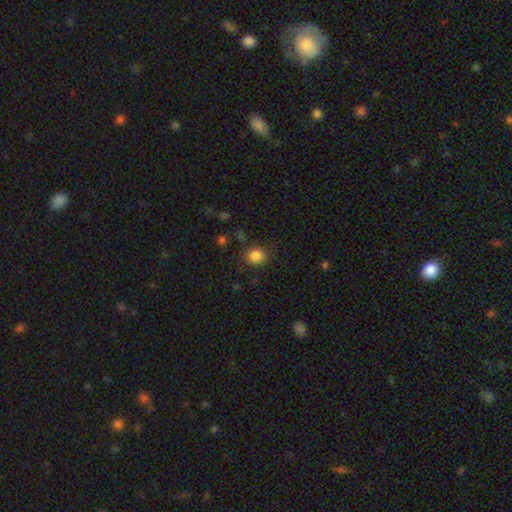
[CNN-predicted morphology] Smooth or featured? smooth (85%)
How rounded? round (81%)
Merging? none (82%)